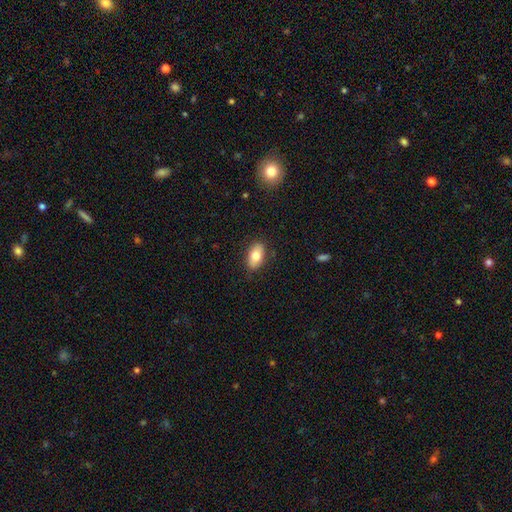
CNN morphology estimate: Q: Smooth or featured?
A: smooth (79%); runner-up: featured or disk (14%)
Q: How rounded?
A: in between (92%); runner-up: round (6%)
Q: Merging?
A: none (85%); runner-up: minor disturbance (11%)